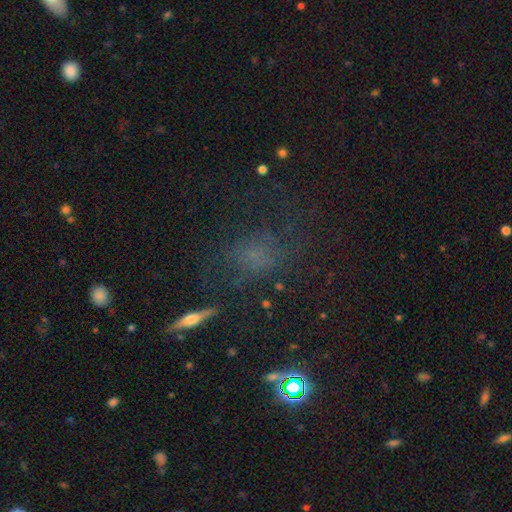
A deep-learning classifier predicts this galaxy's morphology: Smooth or featured: smooth — 46% (star or artifact — 29%)
Merging: none — 58% (minor disturbance — 20%)